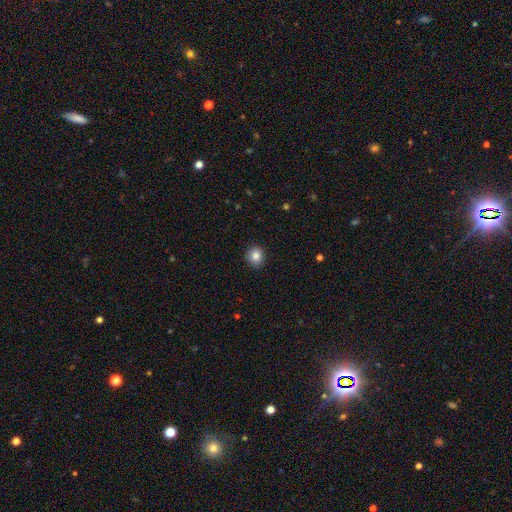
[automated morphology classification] Overall: smooth (85%). How rounded: round (81%). Merging: none (89%).